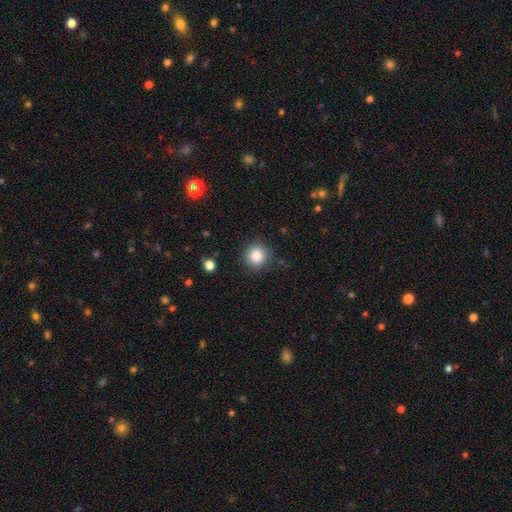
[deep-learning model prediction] This is clearly a smooth galaxy (86%). How rounded: clearly round (92%). Merging: clearly none (86%).